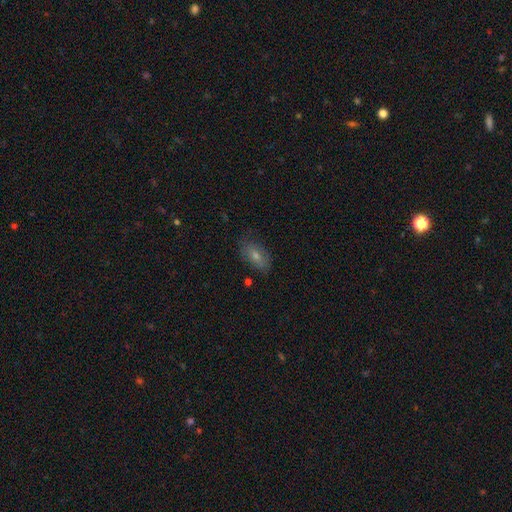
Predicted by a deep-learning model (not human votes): This appears to be a smooth galaxy with no disk features (54%) that is in between round and cigar-shaped (83%). Merging: none (79%).